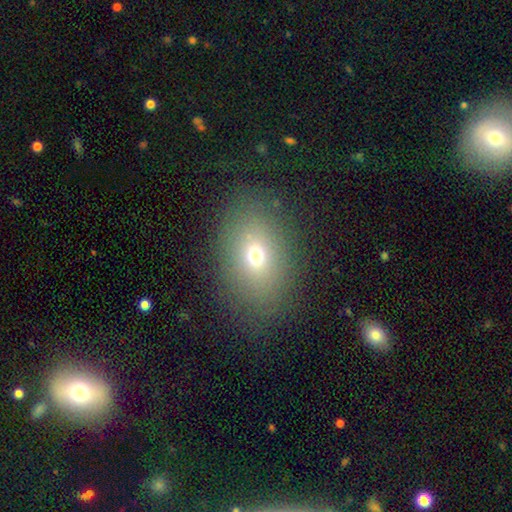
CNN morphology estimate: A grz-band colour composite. It shows a smooth galaxy with no disk features (67%) that is in between round and cigar-shaped (65%). Merging: none (81%).